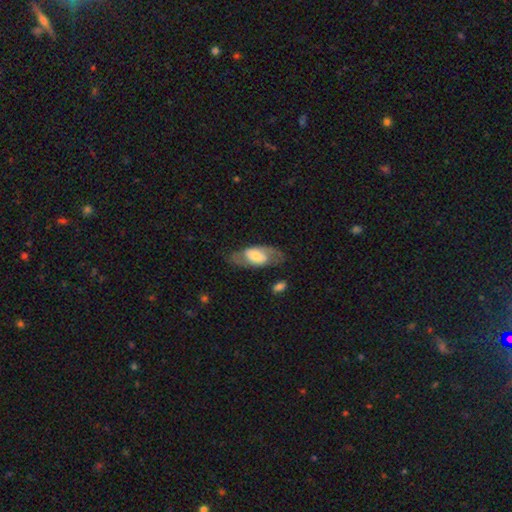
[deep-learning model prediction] A featured or disk galaxy (58%).

Vote fractions:
- Smooth or featured? featured or disk: 58% / smooth: 36% / star or artifact: 6%
- Edge-on disk? no: 86% / yes: 14%
- Merging? none: 70% / minor disturbance: 17% / major disturbance: 11% / merger: 3%